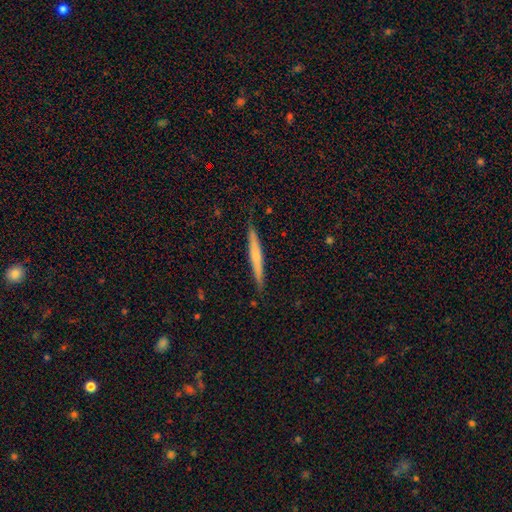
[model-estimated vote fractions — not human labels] The model was most divided on "smooth or featured": smooth: 48%, featured or disk: 46%, star or artifact: 6%. More confident: merging — none (88%).